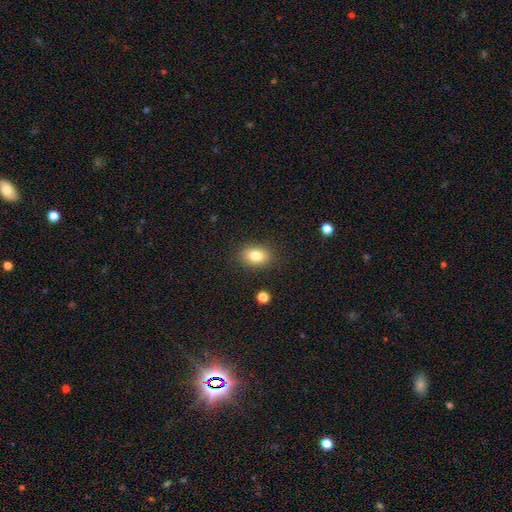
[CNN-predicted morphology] smooth_or_featured: smooth (p=0.81) [alt: star or artifact p=0.10]
how_rounded: in between (p=0.73) [alt: round p=0.25]
merging: none (p=0.87) [alt: minor disturbance p=0.09]